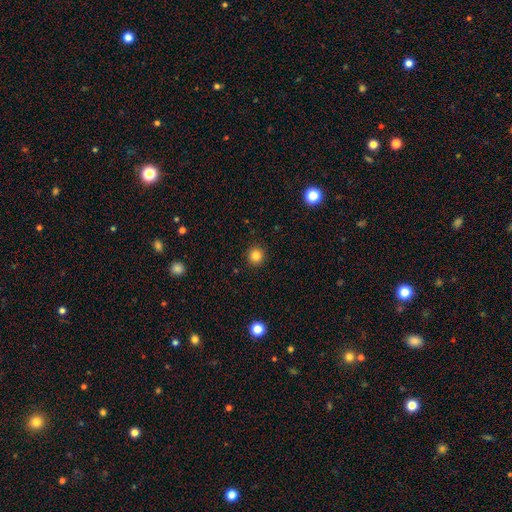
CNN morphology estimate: smooth-or-featured: smooth: 84% | star or artifact: 11% | featured or disk: 5%
  how-rounded: round: 94% | in between: 5% | cigar-shaped: 1%
  merging: none: 92% | minor disturbance: 5% | major disturbance: 2% | merger: 1%